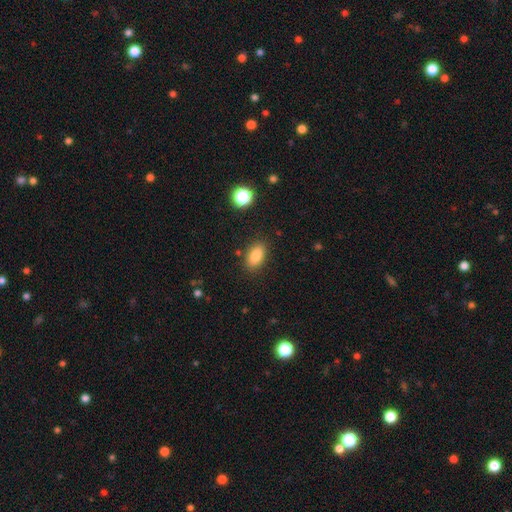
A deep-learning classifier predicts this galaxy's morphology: A smooth galaxy with no disk features (83%) that is in between round and cigar-shaped (89%).

Vote fractions:
- Smooth or featured? smooth: 83% / star or artifact: 9% / featured or disk: 8%
- How rounded? in between: 89% / round: 7% / cigar-shaped: 4%
- Merging? none: 85% / minor disturbance: 10% / major disturbance: 3% / merger: 2%